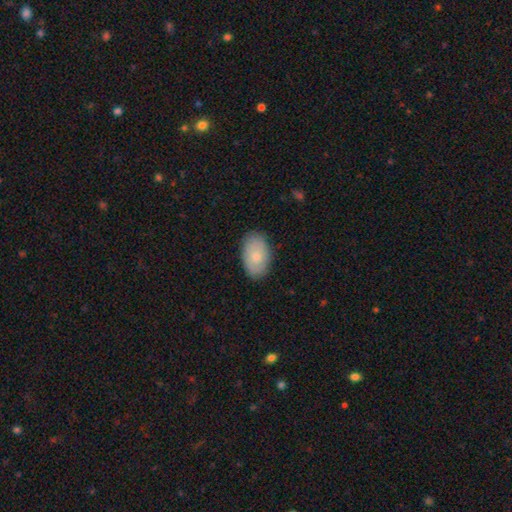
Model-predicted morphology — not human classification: smooth 78%, featured or disk 16%, star or artifact 6%. Down the decision tree: how rounded — in between (92%); merging — none (86%).